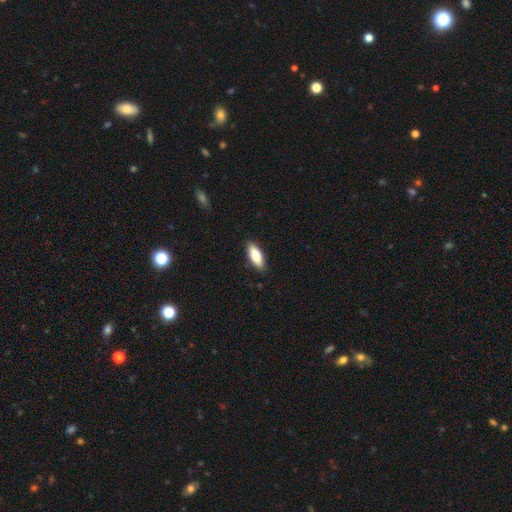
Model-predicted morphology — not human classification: Smooth or featured? Predicted: smooth (p=0.79). How rounded? Predicted: in between (p=0.71). Merging? Predicted: none (p=0.88).